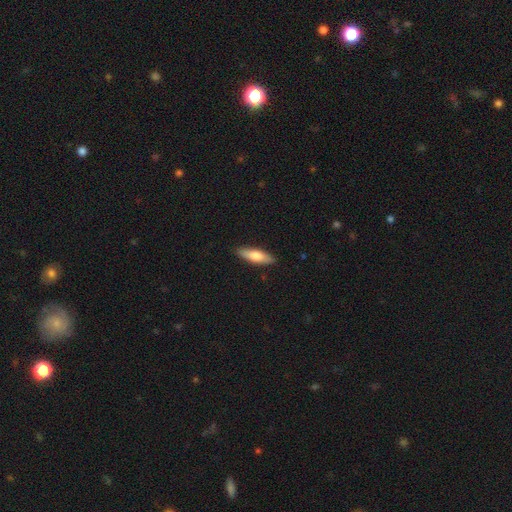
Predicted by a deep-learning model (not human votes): Smooth or featured?
  - smooth: 70% *
  - featured or disk: 24%
  - star or artifact: 5%
How rounded?
  - cigar-shaped: 57% *
  - in between: 42%
  - round: 2%
Merging?
  - none: 89% *
  - minor disturbance: 9%
  - major disturbance: 2%
  - merger: 1%